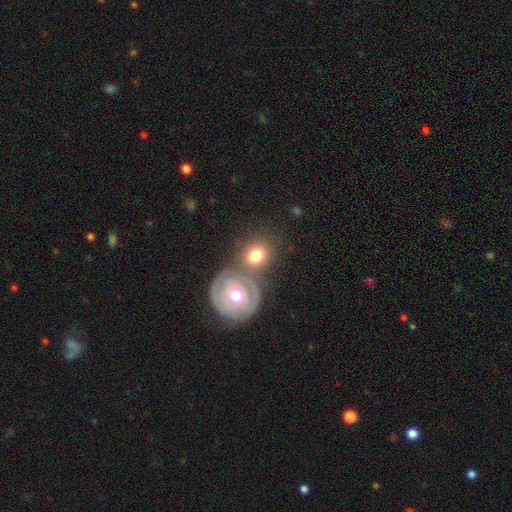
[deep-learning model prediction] This appears to be a smooth galaxy with no disk features (66%) that is round (76%). Merging: none (43%, tied with merger).